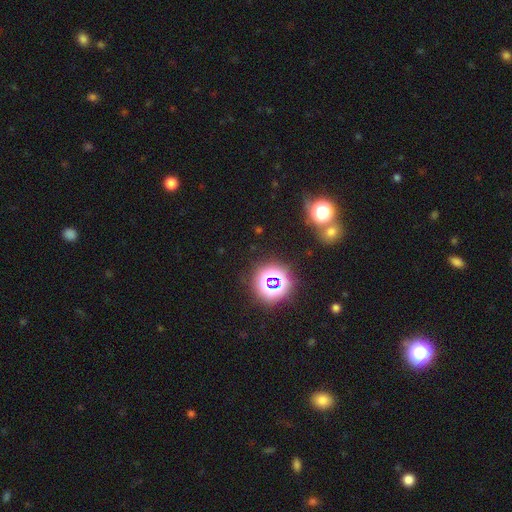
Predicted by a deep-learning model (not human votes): Smooth or featured? Predicted: star or artifact (p=0.78).